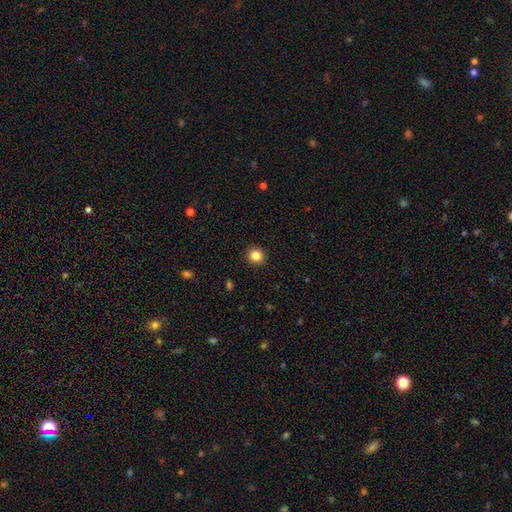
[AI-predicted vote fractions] Morphology: type=smooth (85%); roundness=round (89%); merging=none (92%).